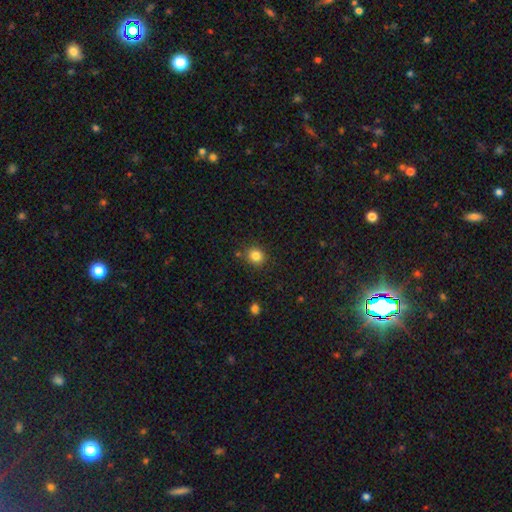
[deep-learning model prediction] smooth_or_featured: smooth (p=0.84) [alt: star or artifact p=0.11]
how_rounded: round (p=0.81) [alt: in between p=0.19]
merging: none (p=0.85) [alt: minor disturbance p=0.09]